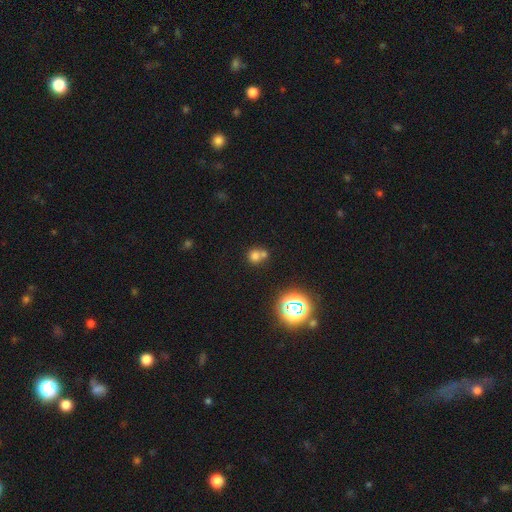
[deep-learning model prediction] A smooth galaxy with no disk features (67%) that is round (83%).

Vote fractions:
- Smooth or featured? smooth: 67% / star or artifact: 21% / featured or disk: 12%
- How rounded? round: 83% / in between: 16% / cigar-shaped: 1%
- Merging? merger: 47% / none: 42% / minor disturbance: 7% / major disturbance: 4%